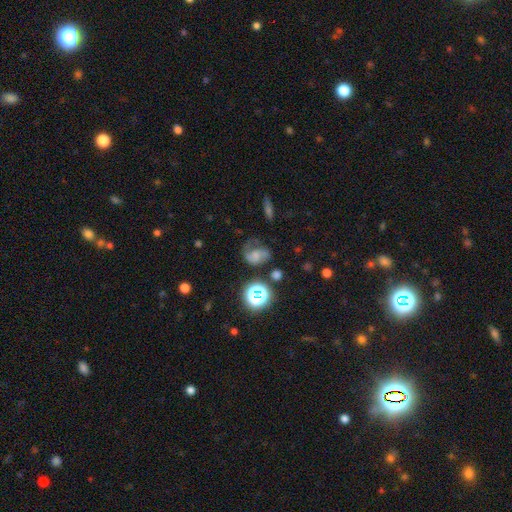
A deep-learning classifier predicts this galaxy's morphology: The model was most divided on "smooth or featured": featured or disk: 42%, smooth: 38%, star or artifact: 19%. Remaining: merging — none (38%).